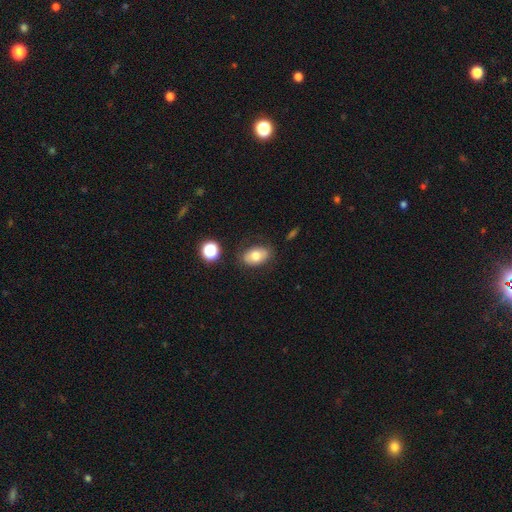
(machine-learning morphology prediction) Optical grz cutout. It shows a smooth galaxy with no disk features (71%) that is in between round and cigar-shaped (85%). Merging: none (80%).